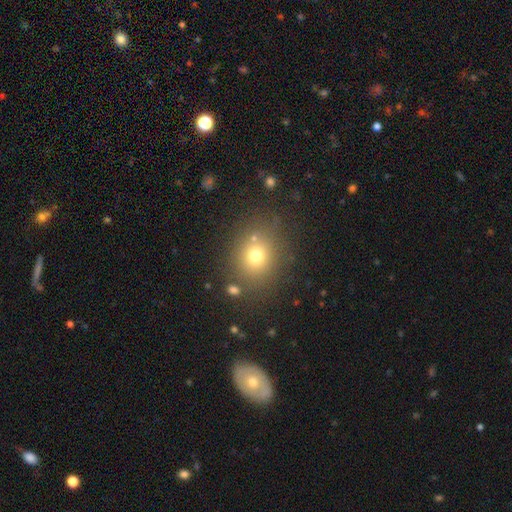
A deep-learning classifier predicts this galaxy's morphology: A smooth galaxy with no disk features (71%) that is round (76%). Merging: none (79%).